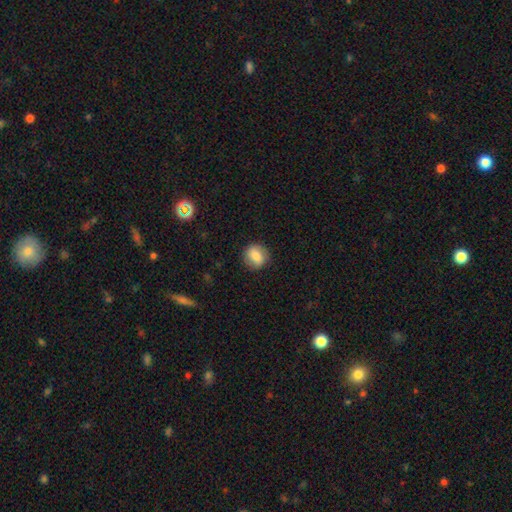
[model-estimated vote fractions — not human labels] Morphology: type=smooth (79%); roundness=round (76%); merging=none (85%).